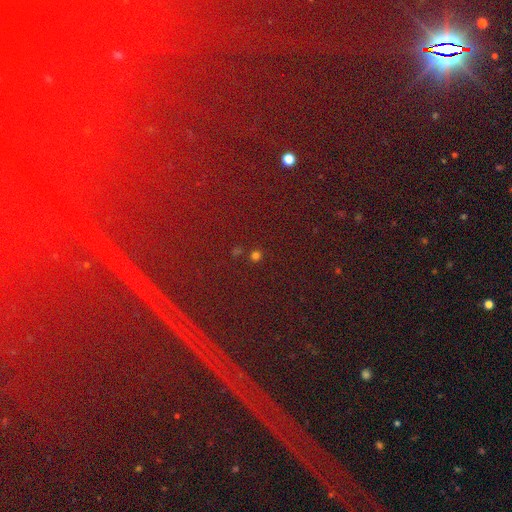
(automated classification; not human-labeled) Smooth or featured? Predicted: star or artifact (p=0.56).